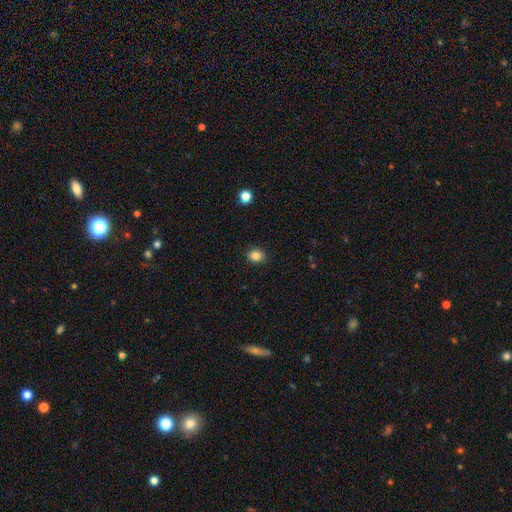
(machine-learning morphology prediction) smooth 85%, star or artifact 11%, featured or disk 5%. Down the decision tree: how rounded — round (64%); merging — none (90%).